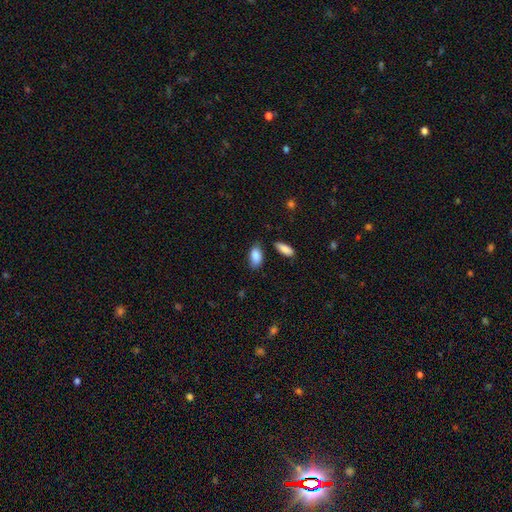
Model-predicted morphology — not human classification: Smooth or featured? smooth (88%)
How rounded? in between (92%)
Merging? none (76%)